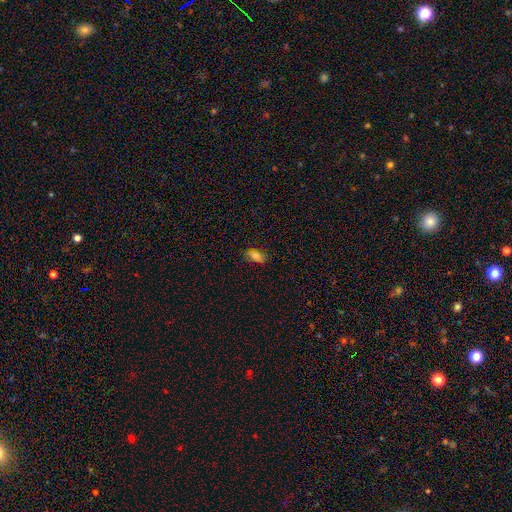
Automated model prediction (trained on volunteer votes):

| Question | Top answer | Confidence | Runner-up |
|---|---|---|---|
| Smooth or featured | smooth | 75% | featured or disk (15%) |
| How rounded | in between | 85% | round (7%) |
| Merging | none | 77% | minor disturbance (18%) |